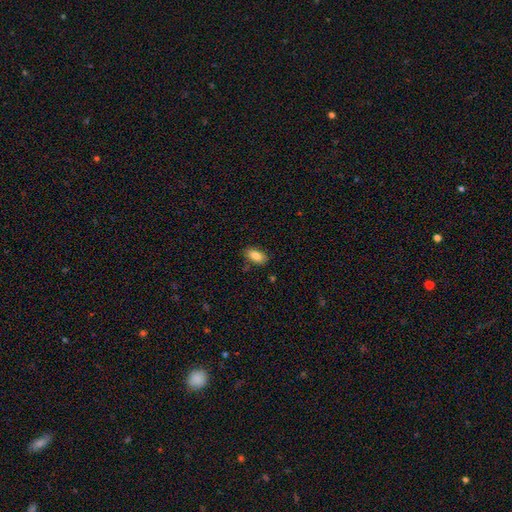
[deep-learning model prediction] A smooth galaxy with no disk features (84%) that is in between round and cigar-shaped (90%). Merging: none (83%).